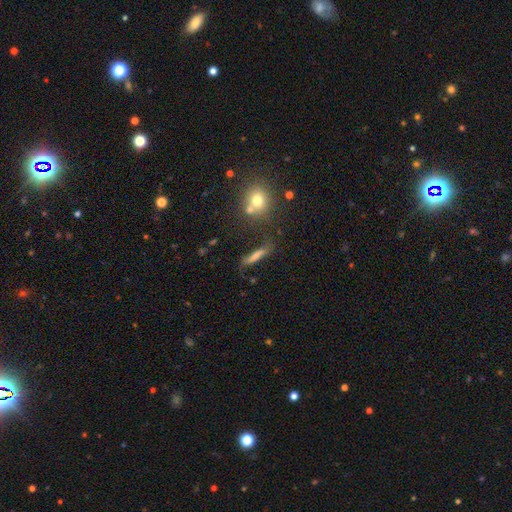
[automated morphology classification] smooth_or_featured: smooth (p=0.47) [alt: featured or disk p=0.39]
merging: none (p=0.65) [alt: minor disturbance p=0.19]